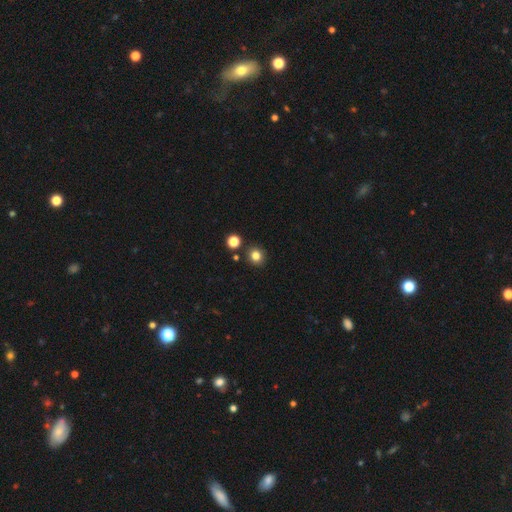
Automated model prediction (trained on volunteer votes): smooth_or_featured: smooth (p=0.81) [alt: star or artifact p=0.14]
how_rounded: round (p=0.87) [alt: in between p=0.12]
merging: none (p=0.87) [alt: minor disturbance p=0.07]